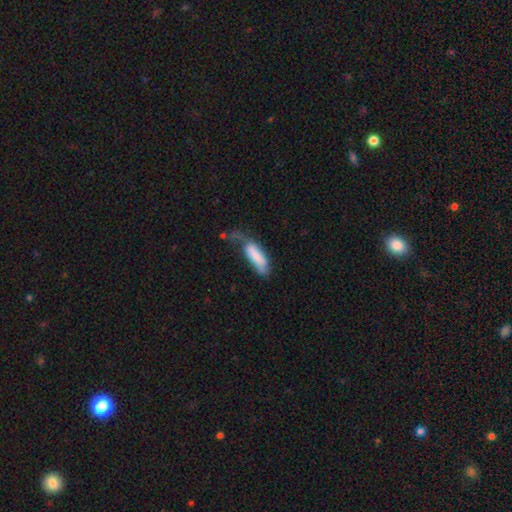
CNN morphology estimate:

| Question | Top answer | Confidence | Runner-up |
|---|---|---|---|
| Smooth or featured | smooth | 73% | featured or disk (20%) |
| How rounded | in between | 54% | cigar-shaped (45%) |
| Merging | major disturbance | 39% | minor disturbance (30%) |